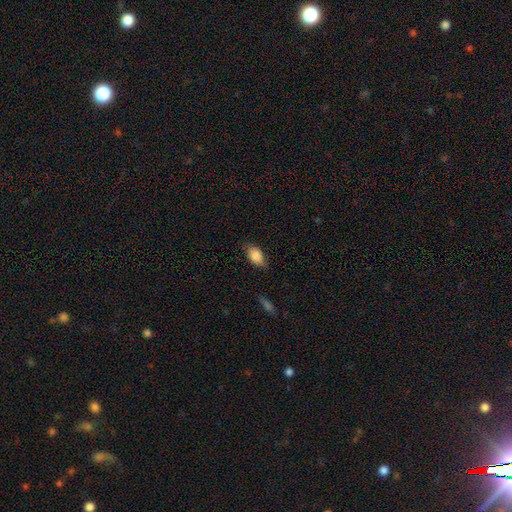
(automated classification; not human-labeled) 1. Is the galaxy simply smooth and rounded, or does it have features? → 86% smooth, 7% star or artifact, 7% featured or disk.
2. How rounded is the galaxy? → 91% in between, 6% round, 3% cigar-shaped.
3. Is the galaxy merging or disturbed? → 78% none, 17% minor disturbance, 4% major disturbance, 1% merger.